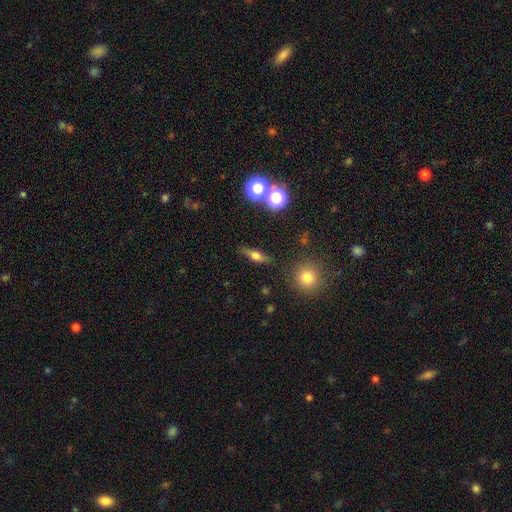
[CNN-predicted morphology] Smooth or featured?
  - smooth: 50% *
  - featured or disk: 39%
  - star or artifact: 12%
Merging?
  - none: 83% *
  - minor disturbance: 11%
  - major disturbance: 3%
  - merger: 3%